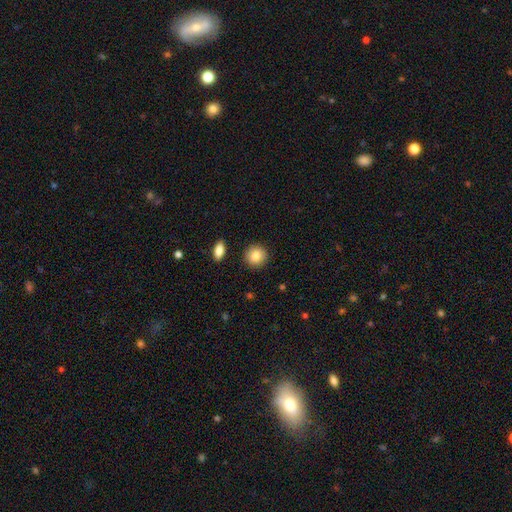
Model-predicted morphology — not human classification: smooth_or_featured: smooth (p=0.85) [alt: star or artifact p=0.08]
how_rounded: round (p=0.90) [alt: in between p=0.09]
merging: none (p=0.91) [alt: minor disturbance p=0.06]